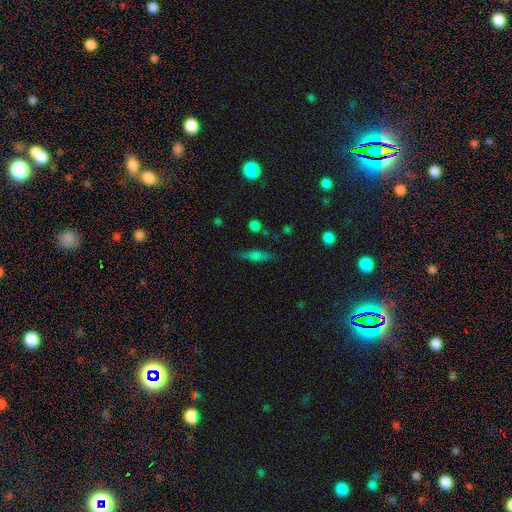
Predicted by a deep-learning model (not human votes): Smooth or featured?
  - smooth: 50% *
  - featured or disk: 40%
  - star or artifact: 10%
How rounded?
  - cigar-shaped: 75% *
  - in between: 21%
  - round: 4%
Merging?
  - none: 82% *
  - minor disturbance: 13%
  - major disturbance: 3%
  - merger: 2%